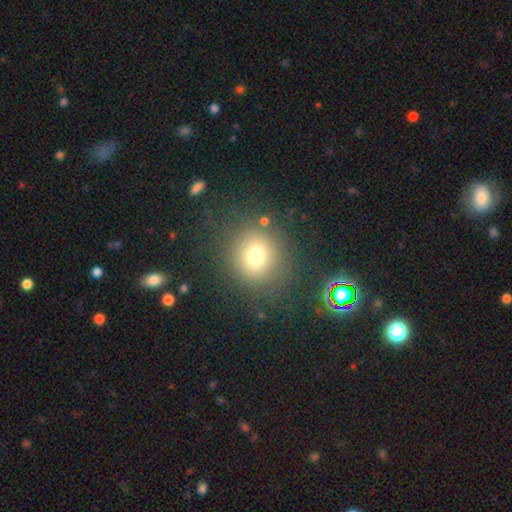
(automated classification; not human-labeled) This appears to be a smooth galaxy with no disk features (71%) that is round (84%). Merging: none (80%).